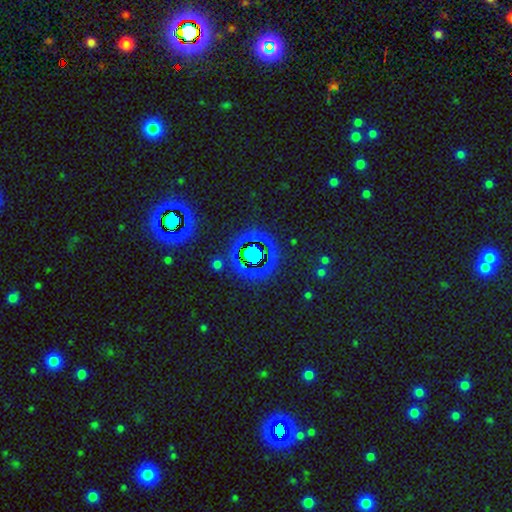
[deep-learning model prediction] The model was most divided on "smooth or featured": star or artifact: 70%, smooth: 20%, featured or disk: 10%.